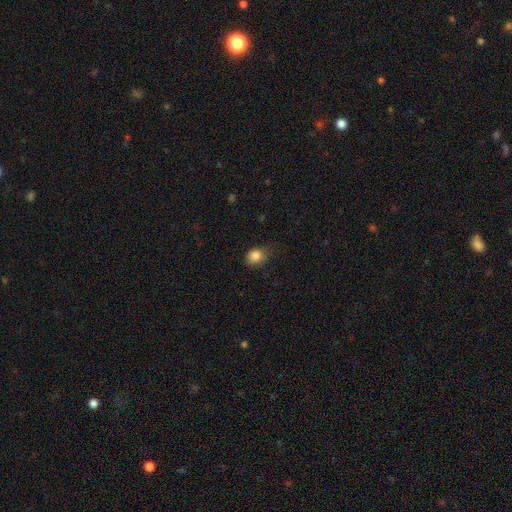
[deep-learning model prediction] A smooth galaxy with no disk features (85%) that is round (58%). Merging: none (63%).